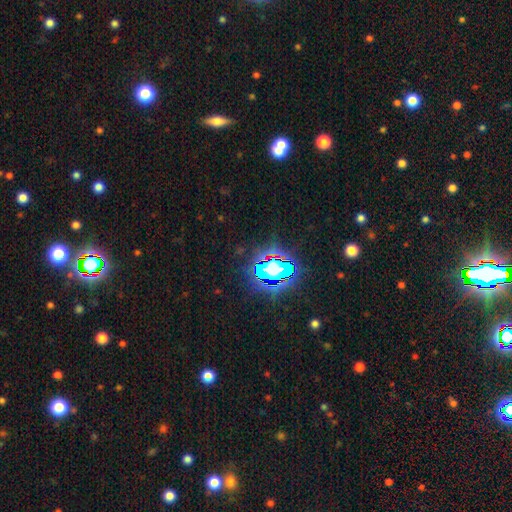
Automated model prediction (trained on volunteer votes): This is clearly a star or artifact rather than a galaxy (83%).